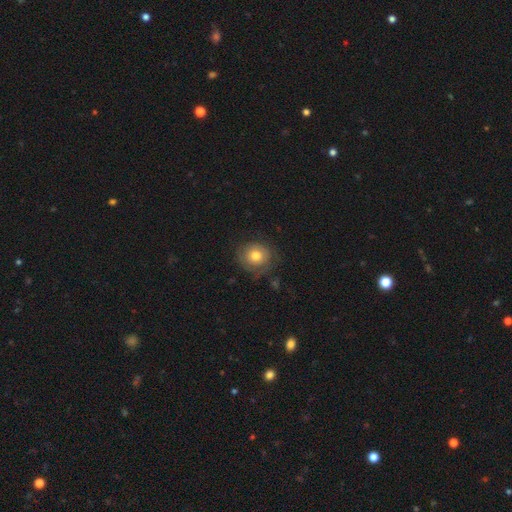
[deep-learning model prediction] Overall: smooth (69%). How rounded: round (83%). Merging: none (71%).